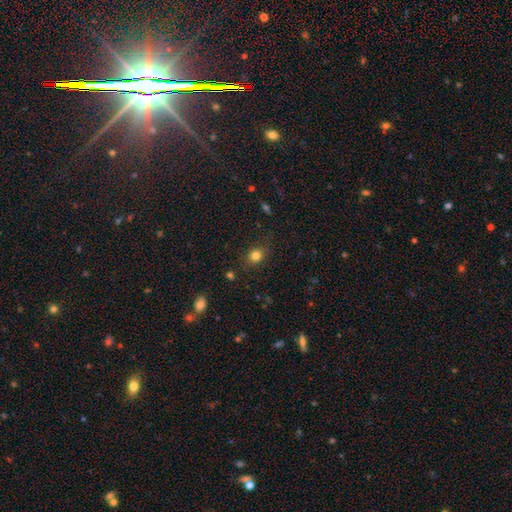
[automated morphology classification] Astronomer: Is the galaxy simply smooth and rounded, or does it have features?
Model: smooth — 81%.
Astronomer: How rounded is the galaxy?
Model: round — 63%.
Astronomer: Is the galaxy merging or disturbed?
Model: none — 84%.